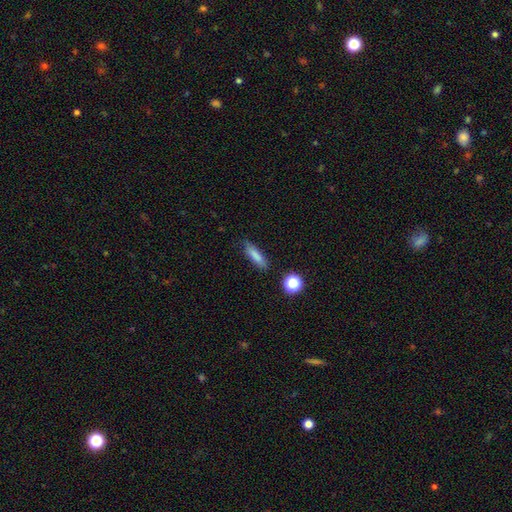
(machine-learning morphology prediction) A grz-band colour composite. It shows a smooth galaxy with no disk features (79%) that is cigar-shaped (69%). Merging: none (80%).